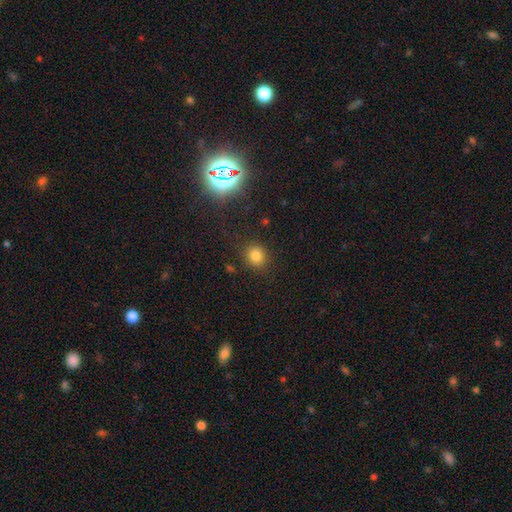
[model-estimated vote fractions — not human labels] The model was most divided on "smooth or featured": smooth: 78%, star or artifact: 16%, featured or disk: 6%. More confident: merging — none (86%); how rounded — round (81%).